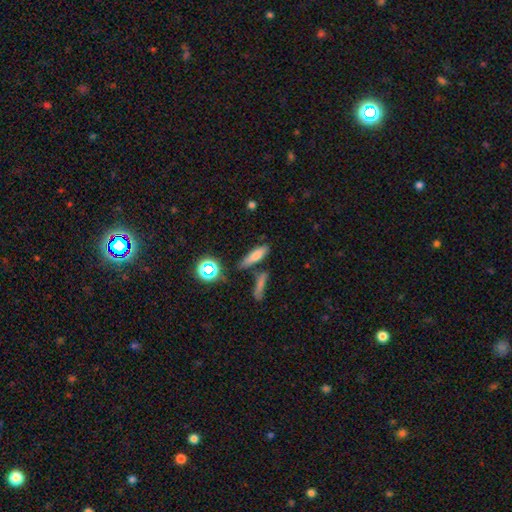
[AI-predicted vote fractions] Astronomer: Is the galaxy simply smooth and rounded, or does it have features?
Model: smooth — 71%.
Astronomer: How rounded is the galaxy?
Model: cigar-shaped — 58% (runner-up: in between, 37%).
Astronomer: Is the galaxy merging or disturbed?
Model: none — 68%.